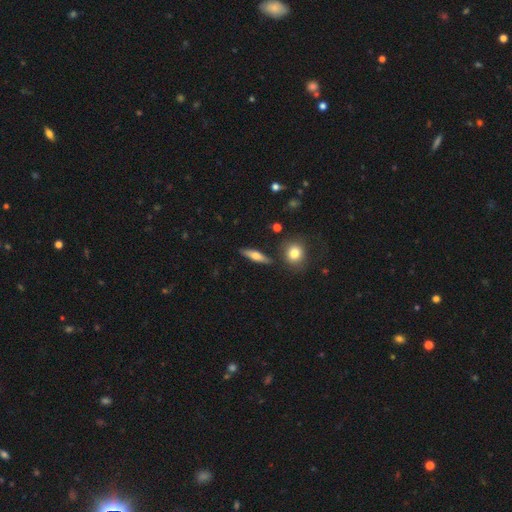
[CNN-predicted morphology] smooth 48%, featured or disk 45%, star or artifact 7%. Down the decision tree: merging — none (86%).